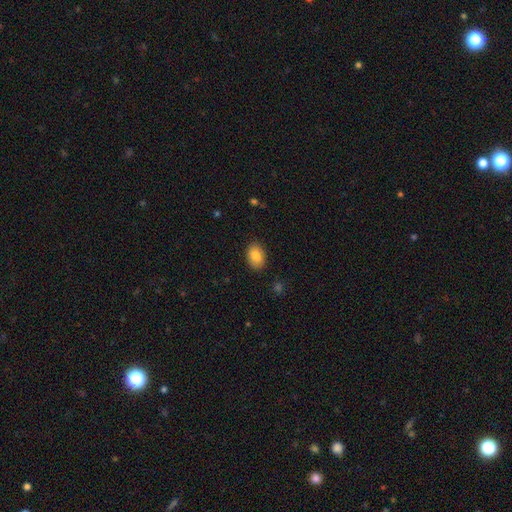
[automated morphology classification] Overall: smooth (86%). How rounded: in between (84%). Merging: none (88%).